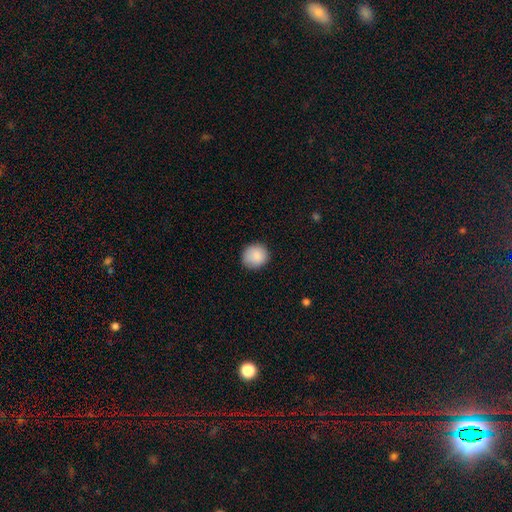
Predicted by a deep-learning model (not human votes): Overall: smooth (89%). How rounded: round (88%). Merging: none (88%).